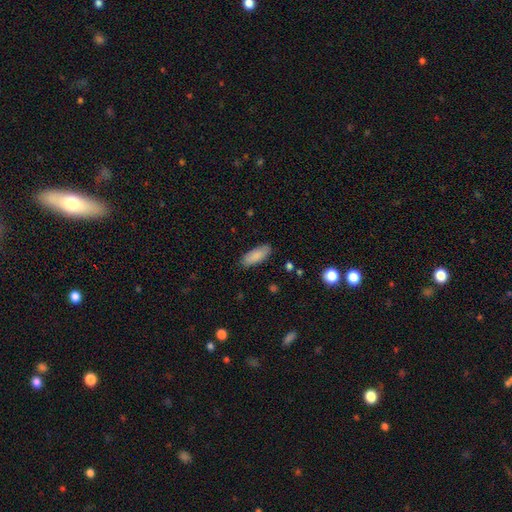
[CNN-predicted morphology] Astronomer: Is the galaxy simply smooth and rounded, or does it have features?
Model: smooth — 87%.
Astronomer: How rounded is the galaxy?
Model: in between — 77%.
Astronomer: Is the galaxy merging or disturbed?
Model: none — 86%.